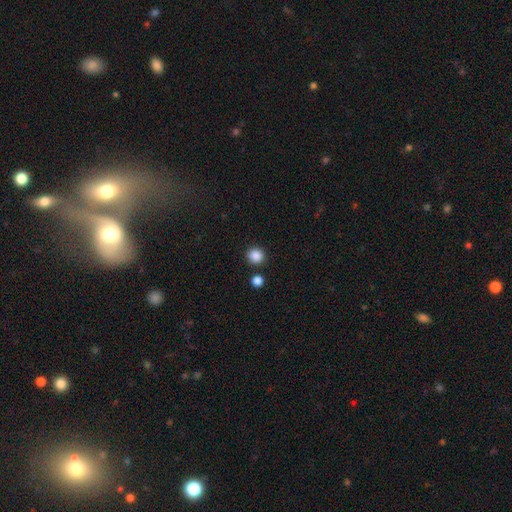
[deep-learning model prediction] A smooth galaxy with no disk features (87%) that is round (91%). Merging: none (87%).